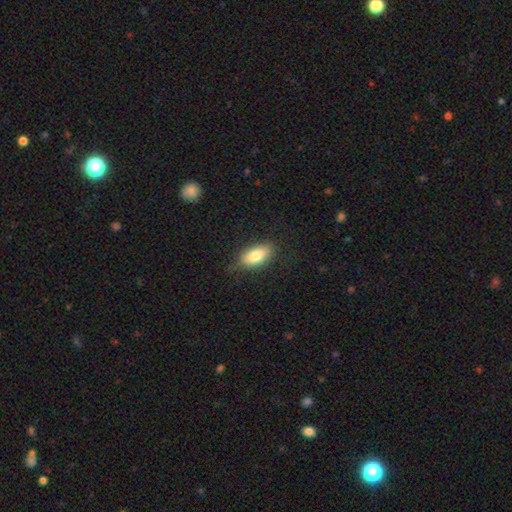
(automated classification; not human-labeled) Smooth or featured: smooth — 79% (featured or disk — 14%)
How rounded: in between — 89% (cigar-shaped — 7%)
Merging: none — 76% (minor disturbance — 18%)